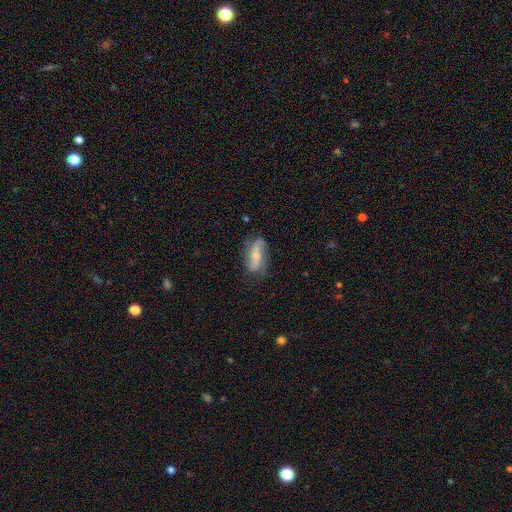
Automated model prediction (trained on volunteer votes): smooth_or_featured: featured or disk (p=0.56) [alt: smooth p=0.37]
disk_edge_on: no (p=0.86) [alt: yes p=0.14]
merging: none (p=0.66) [alt: minor disturbance p=0.23]